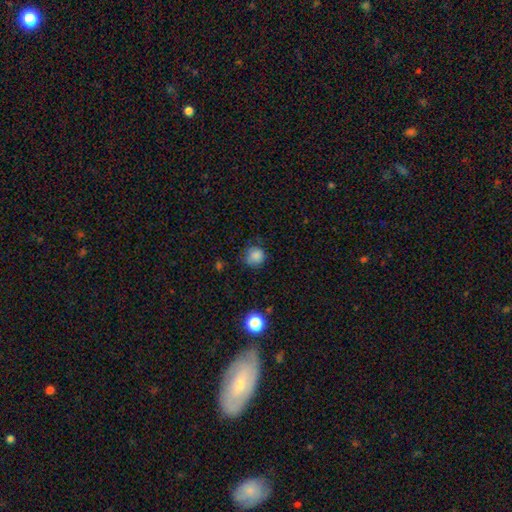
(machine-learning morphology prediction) Q: Smooth or featured?
A: smooth (83%); runner-up: star or artifact (11%)
Q: How rounded?
A: round (88%); runner-up: in between (11%)
Q: Merging?
A: none (72%); runner-up: minor disturbance (21%)